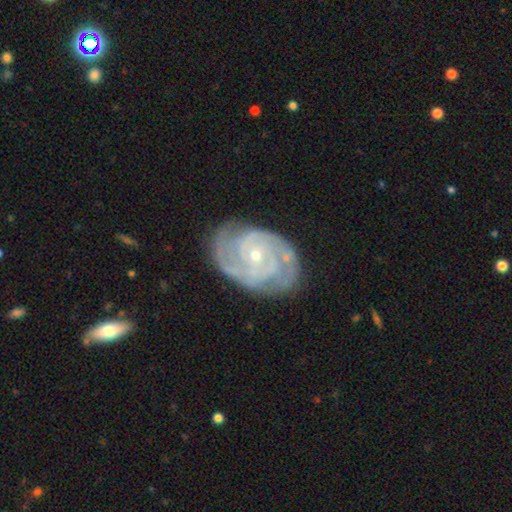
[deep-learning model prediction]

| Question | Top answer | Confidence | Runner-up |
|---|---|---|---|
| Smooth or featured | featured or disk | 90% | smooth (5%) |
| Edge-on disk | no | 97% | yes (3%) |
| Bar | no | 68% | weak (26%) |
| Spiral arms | yes | 97% | no (3%) |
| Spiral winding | tight | 67% | medium (29%) |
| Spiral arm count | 2 | 37% | 3 (27%) |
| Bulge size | small | 74% | moderate (24%) |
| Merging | none | 75% | minor disturbance (18%) |